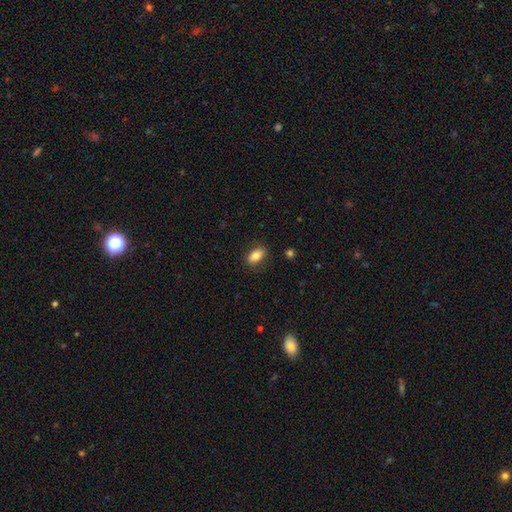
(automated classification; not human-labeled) smooth-or-featured: smooth: 80% | featured or disk: 12% | star or artifact: 8%
  how-rounded: in between: 89% | round: 6% | cigar-shaped: 5%
  merging: none: 84% | minor disturbance: 11% | major disturbance: 3% | merger: 1%